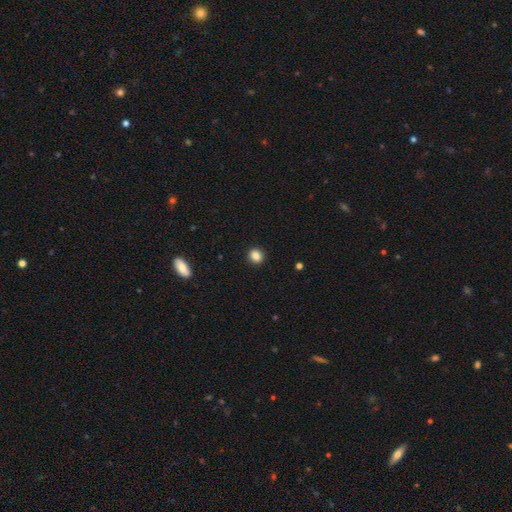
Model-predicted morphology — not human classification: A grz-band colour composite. It shows a smooth galaxy with no disk features (86%) that is round (82%). Merging: none (92%).